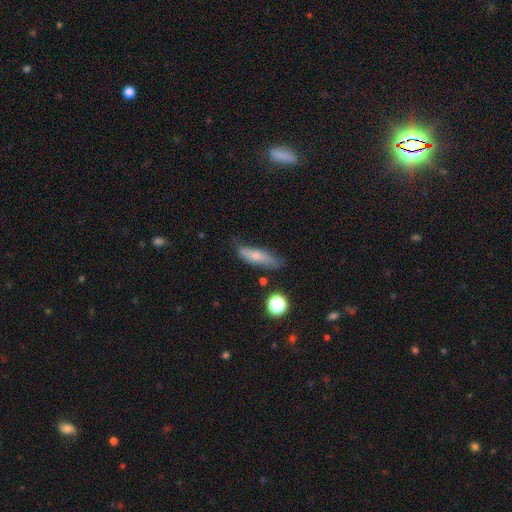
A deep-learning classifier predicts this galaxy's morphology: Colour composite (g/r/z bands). It shows a smooth galaxy with no disk features (63%) that is cigar-shaped (56%). Merging: none (56%).